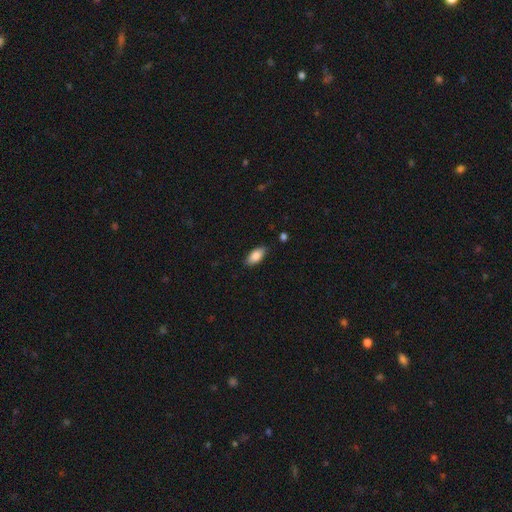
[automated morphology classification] Smooth or featured: smooth — 86% (featured or disk — 8%)
How rounded: in between — 90% (cigar-shaped — 7%)
Merging: none — 85% (minor disturbance — 11%)